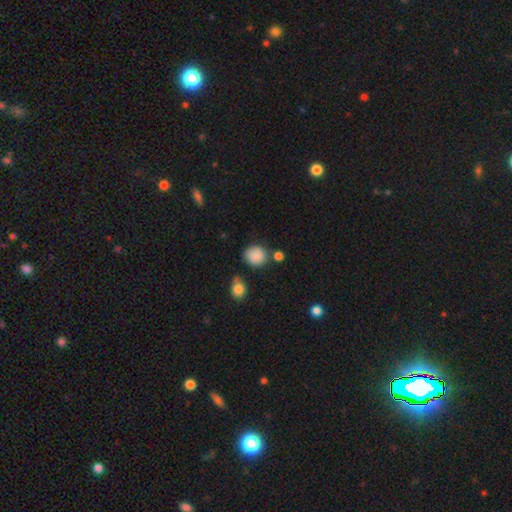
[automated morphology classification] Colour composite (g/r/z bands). It shows a smooth galaxy with no disk features (85%) that is round (77%). Merging: none (71%).